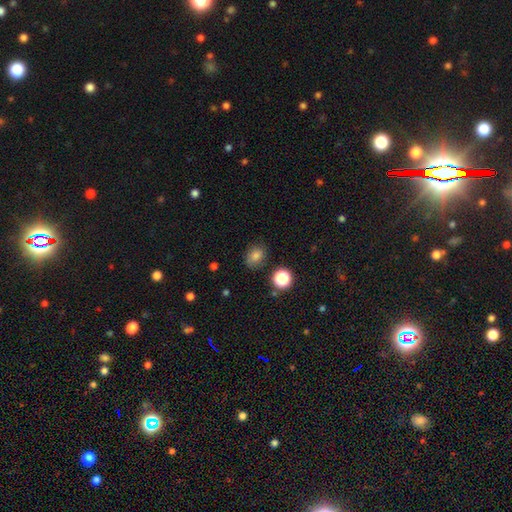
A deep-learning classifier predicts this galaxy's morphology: Smooth or featured? smooth (80%)
How rounded? in between (54%)
Merging? none (79%)